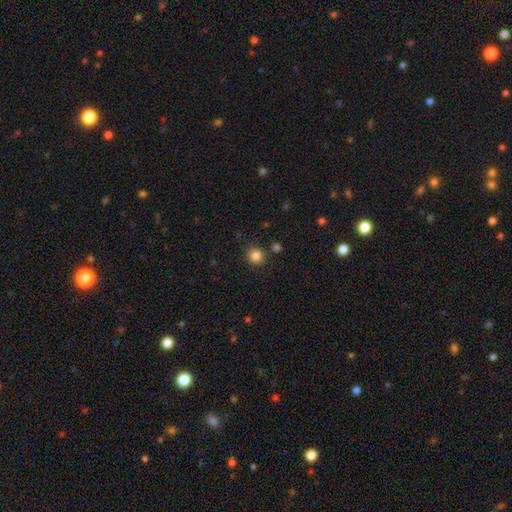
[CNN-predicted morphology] Smooth or featured? smooth (84%)
How rounded? round (90%)
Merging? none (86%)